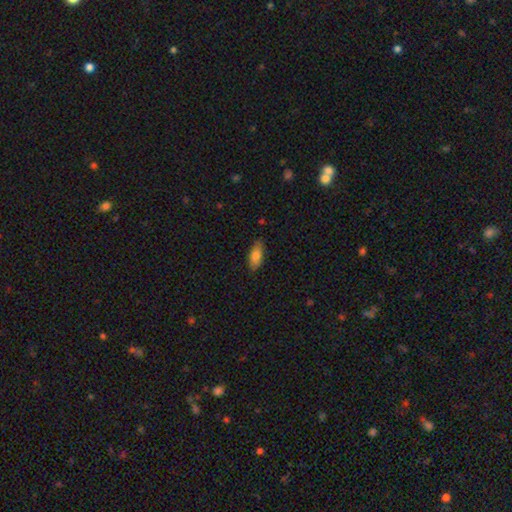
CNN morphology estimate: Overall: smooth (80%). How rounded: in between (81%). Merging: none (80%).